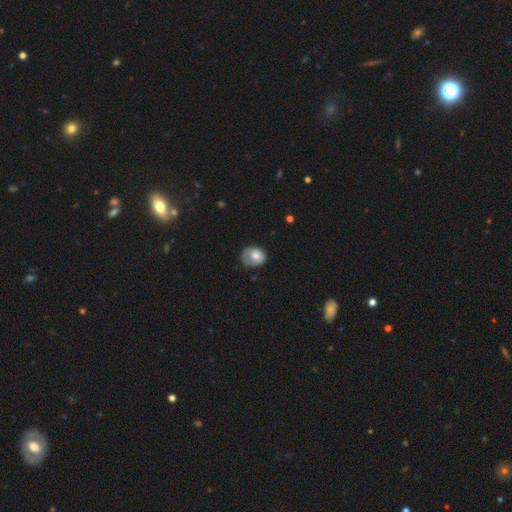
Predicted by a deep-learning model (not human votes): Smooth or featured? Predicted: smooth (p=0.70). How rounded? Predicted: round (p=0.51). Merging? Predicted: none (p=0.49).